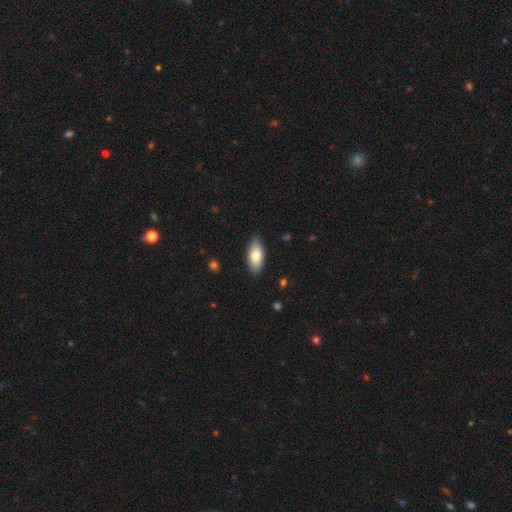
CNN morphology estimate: This appears to be a smooth galaxy with no disk features (78%) that is in between round and cigar-shaped (88%). Merging: none (86%).